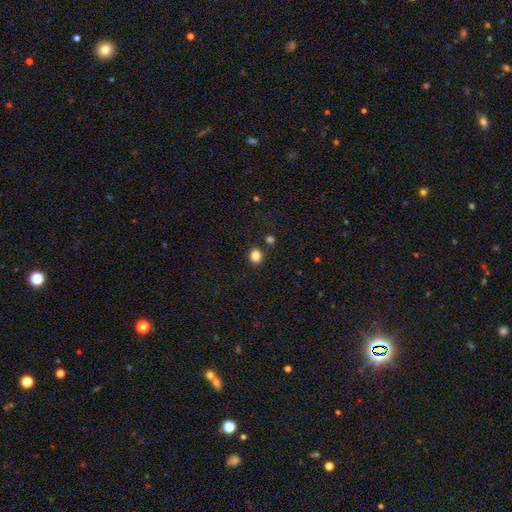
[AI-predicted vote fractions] Overall: smooth (84%). How rounded: round (78%). Merging: none (86%).